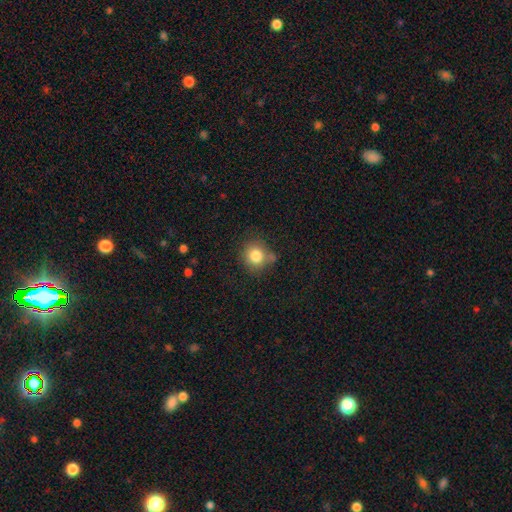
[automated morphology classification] Smooth or featured: smooth — 82% (star or artifact — 10%)
How rounded: round — 84% (in between — 16%)
Merging: none — 67% (minor disturbance — 19%)